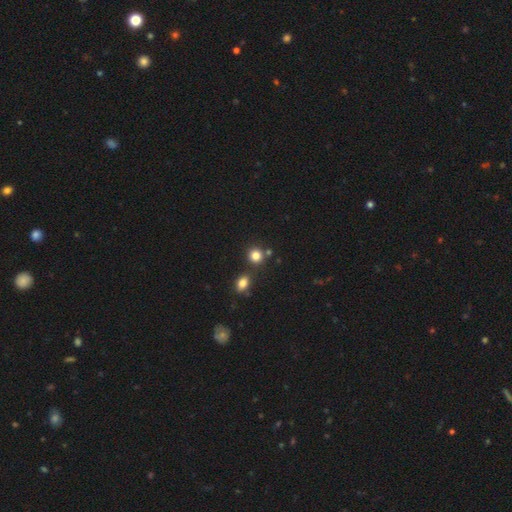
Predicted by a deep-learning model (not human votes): Smooth or featured?
  - smooth: 82% *
  - star or artifact: 13%
  - featured or disk: 6%
How rounded?
  - round: 86% *
  - in between: 13%
  - cigar-shaped: 1%
Merging?
  - none: 73% *
  - merger: 15%
  - minor disturbance: 8%
  - major disturbance: 3%